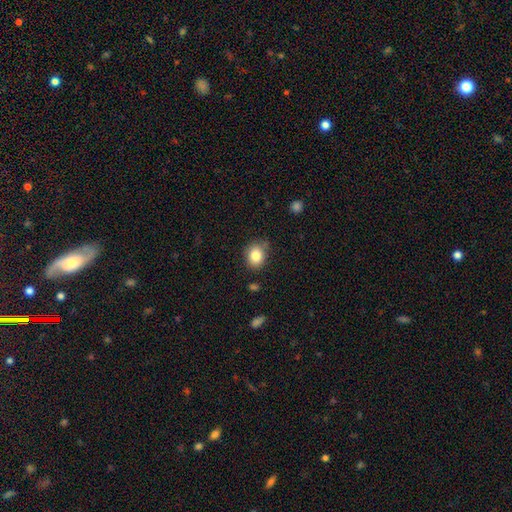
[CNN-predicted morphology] The model was most divided on "how rounded": round: 55%, in between: 44%, cigar-shaped: 1%. More confident: smooth or featured — smooth (84%); merging — none (77%).